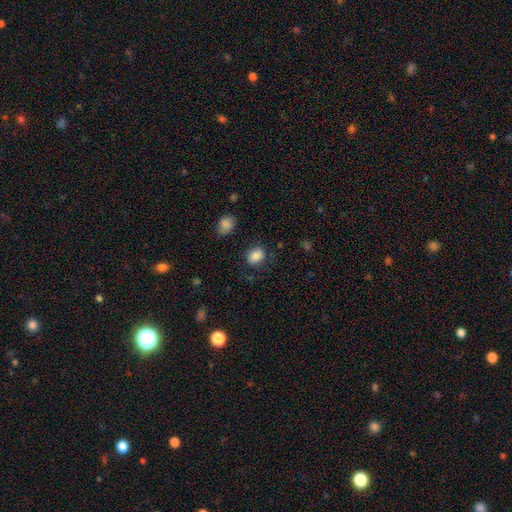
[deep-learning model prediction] Overall: smooth (85%). How rounded: in between (60%; round 39%). Merging: none (75%).